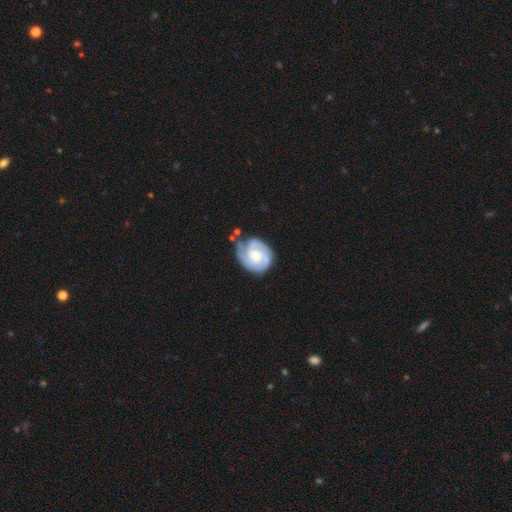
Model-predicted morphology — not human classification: type=featured or disk (82%); edge-on=no (98%); bar=no (67%); spiral arms=yes (96%); winding=tight (66%); arm count=3 (35%); bulge=moderate (52%); merging=none (62%).